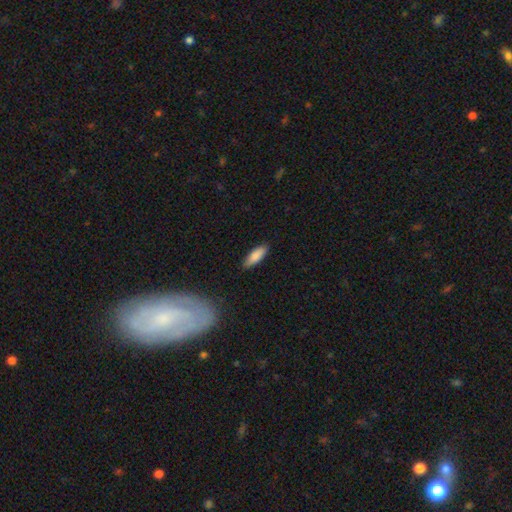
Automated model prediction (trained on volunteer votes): Smooth or featured? smooth (85%)
How rounded? in between (60%)
Merging? none (85%)